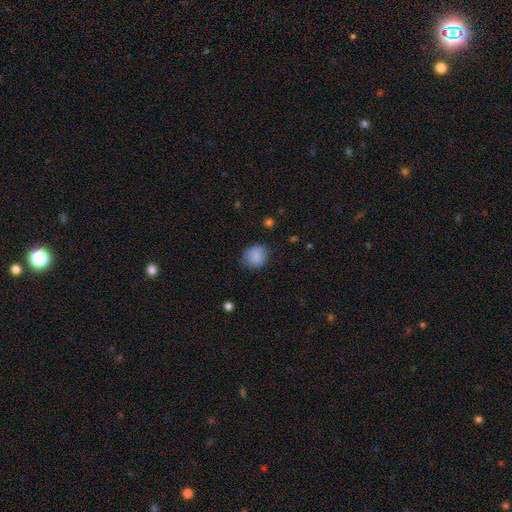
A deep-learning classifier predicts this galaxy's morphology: This is clearly a smooth galaxy (85%). How rounded: likely round (69%). Merging: likely none (72%).